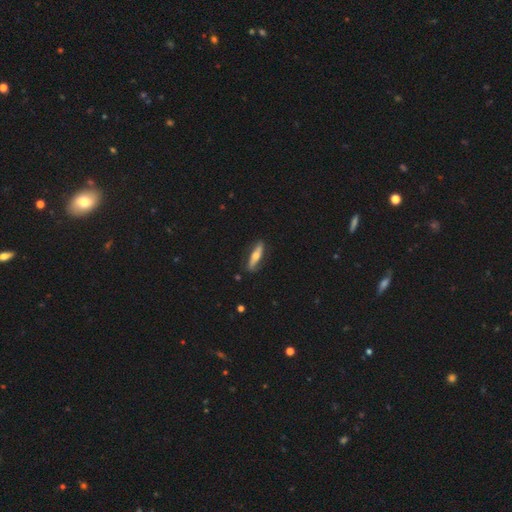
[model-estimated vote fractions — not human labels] Smooth or featured? featured or disk (49%)
Merging? none (82%)